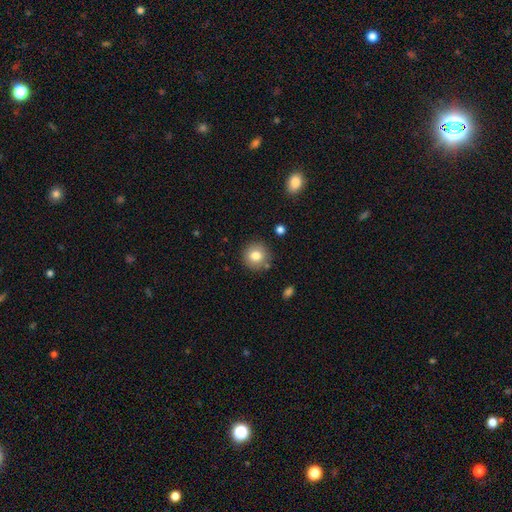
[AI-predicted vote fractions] smooth-or-featured: smooth: 80% | featured or disk: 10% | star or artifact: 10%
  how-rounded: round: 93% | in between: 6% | cigar-shaped: 1%
  merging: none: 86% | minor disturbance: 9% | merger: 3% | major disturbance: 2%